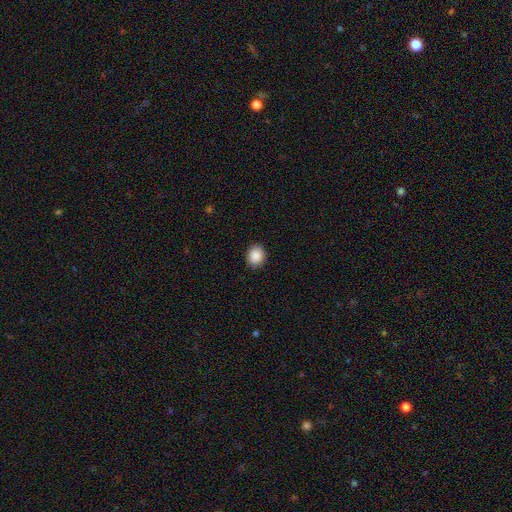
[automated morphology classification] smooth_or_featured: smooth (p=0.89) [alt: star or artifact p=0.08]
how_rounded: round (p=0.66) [alt: in between p=0.33]
merging: none (p=0.90) [alt: minor disturbance p=0.07]